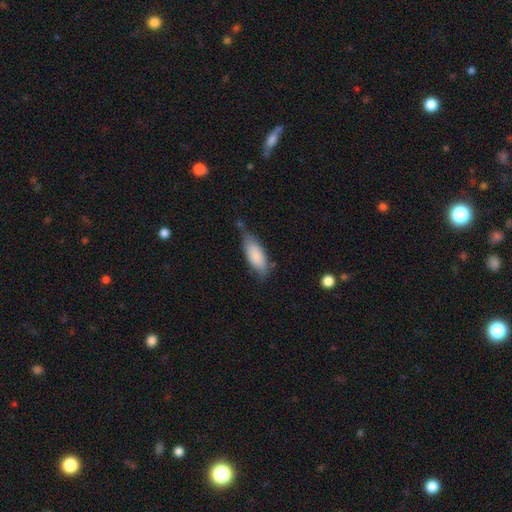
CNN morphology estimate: A smooth galaxy with no disk features (80%) that is in between round and cigar-shaped (78%).

Vote fractions:
- Smooth or featured? smooth: 80% / featured or disk: 14% / star or artifact: 6%
- How rounded? in between: 78% / cigar-shaped: 20% / round: 2%
- Merging? none: 50% / minor disturbance: 36% / major disturbance: 9% / merger: 5%